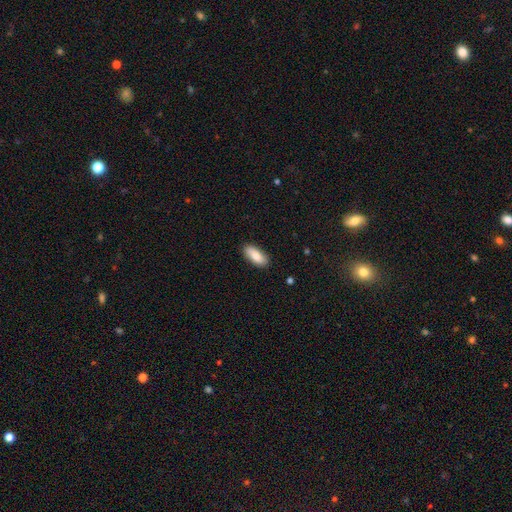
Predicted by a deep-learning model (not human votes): A smooth galaxy with no disk features (85%) that is in between round and cigar-shaped (84%). Merging: none (87%).